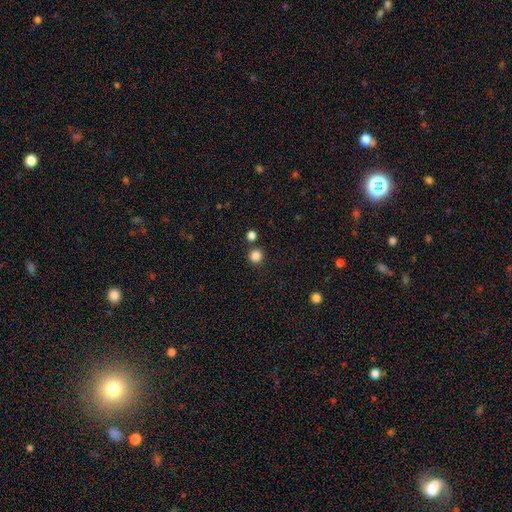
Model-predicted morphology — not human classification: A smooth galaxy with no disk features (84%) that is round (93%).

Vote fractions:
- Smooth or featured? smooth: 84% / star or artifact: 12% / featured or disk: 3%
- How rounded? round: 93% / in between: 6% / cigar-shaped: 1%
- Merging? none: 84% / merger: 7% / minor disturbance: 7% / major disturbance: 2%